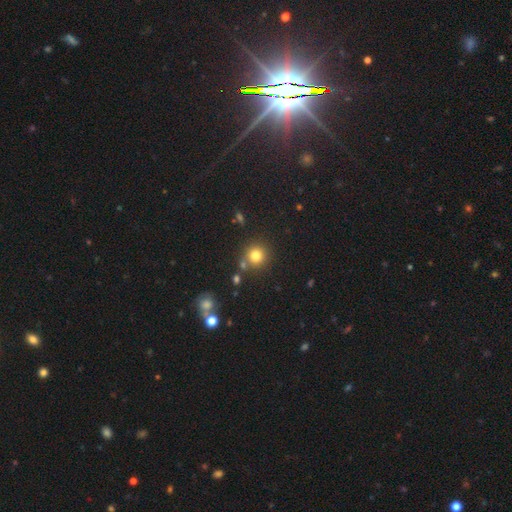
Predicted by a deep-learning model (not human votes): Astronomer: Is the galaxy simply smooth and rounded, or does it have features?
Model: smooth — 79%.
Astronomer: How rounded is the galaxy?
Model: round — 93%.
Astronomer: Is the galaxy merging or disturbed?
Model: none — 78%.